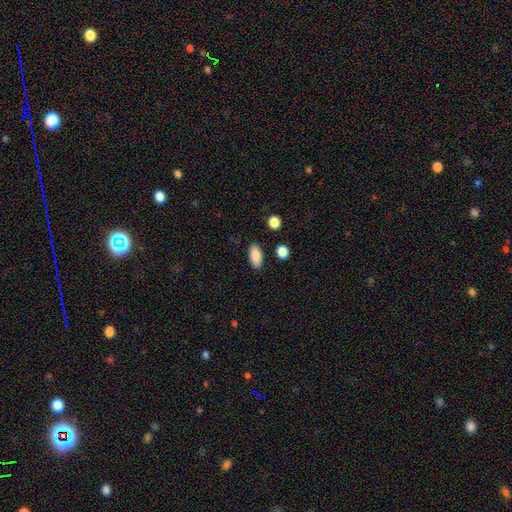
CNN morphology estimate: This is clearly a smooth galaxy (88%). How rounded: clearly in between (89%). Merging: clearly none (87%).